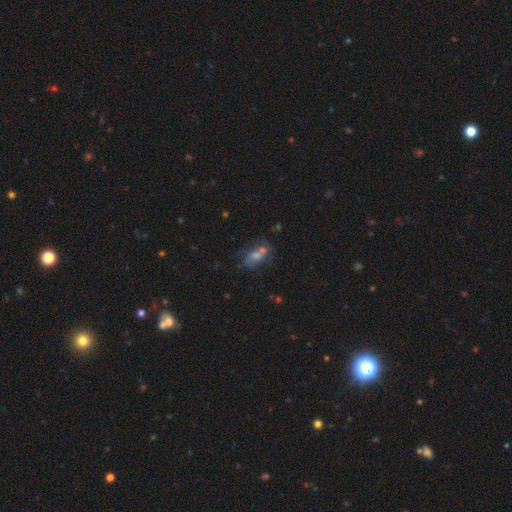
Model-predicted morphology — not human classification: Smooth or featured?
  - smooth: 48% *
  - featured or disk: 28%
  - star or artifact: 24%
Merging?
  - none: 39% *
  - merger: 38%
  - minor disturbance: 14%
  - major disturbance: 9%